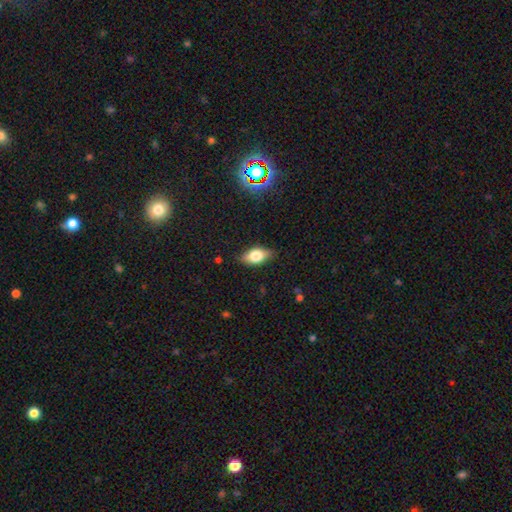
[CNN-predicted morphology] Smooth or featured: smooth — 71% (featured or disk — 20%)
How rounded: in between — 87% (cigar-shaped — 6%)
Merging: none — 82% (minor disturbance — 14%)